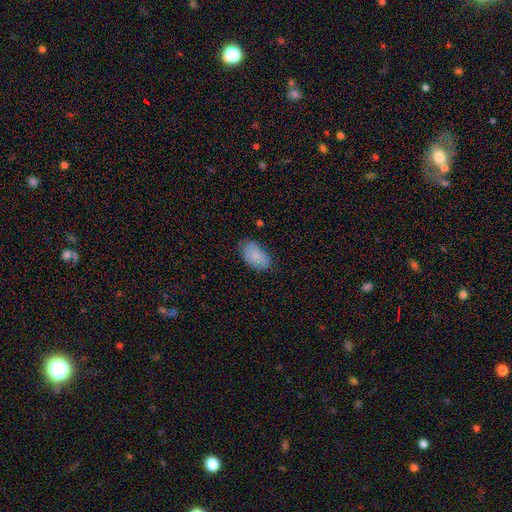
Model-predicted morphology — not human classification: A smooth galaxy with no disk features (83%) that is in between round and cigar-shaped (94%).

Vote fractions:
- Smooth or featured? smooth: 83% / featured or disk: 10% / star or artifact: 7%
- How rounded? in between: 94% / round: 4% / cigar-shaped: 2%
- Merging? none: 74% / minor disturbance: 20% / major disturbance: 4% / merger: 1%